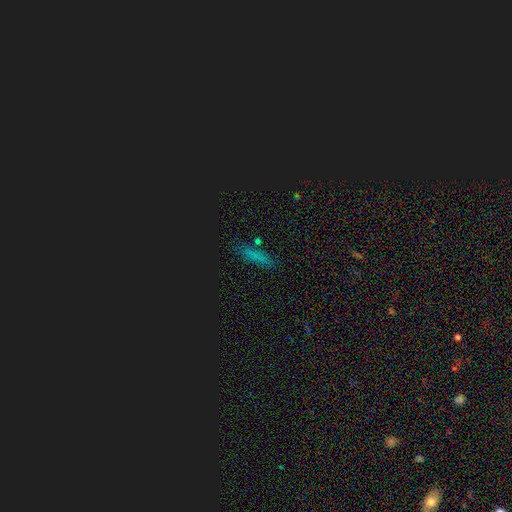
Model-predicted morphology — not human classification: type=smooth (56%); roundness=cigar-shaped (66%); merging=none (81%).